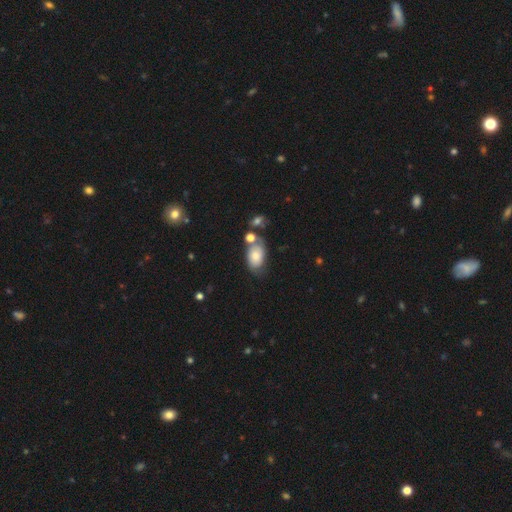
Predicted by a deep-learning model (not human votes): Smooth or featured: smooth — 69% (featured or disk — 23%)
How rounded: in between — 89% (round — 10%)
Merging: none — 45% (minor disturbance — 23%)